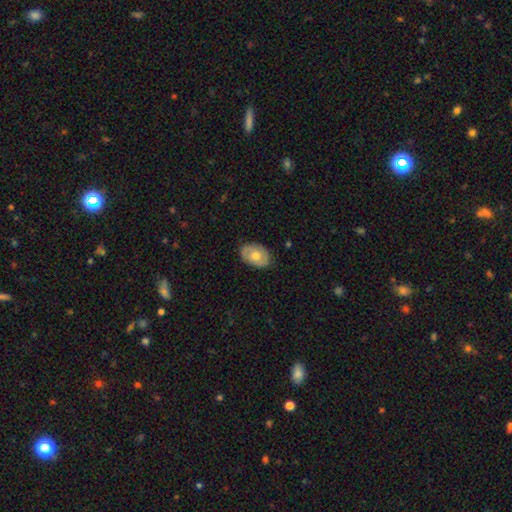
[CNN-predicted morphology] Smooth or featured? Predicted: smooth (p=0.58). How rounded? Predicted: in between (p=0.80). Merging? Predicted: none (p=0.80).